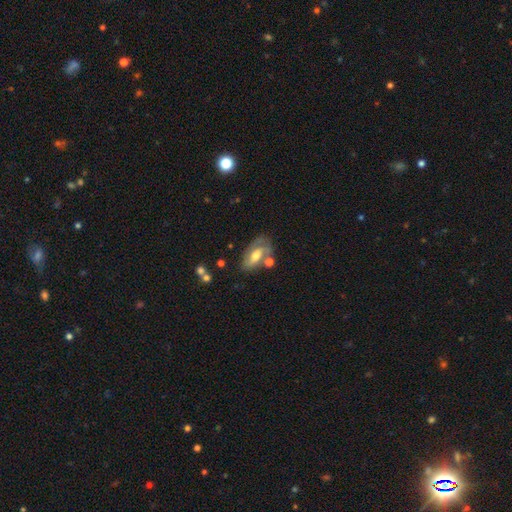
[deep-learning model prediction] The model was most divided on "smooth or featured": featured or disk: 52%, smooth: 40%, star or artifact: 7%. More confident: edge-on disk — no (86%); merging — none (52%).